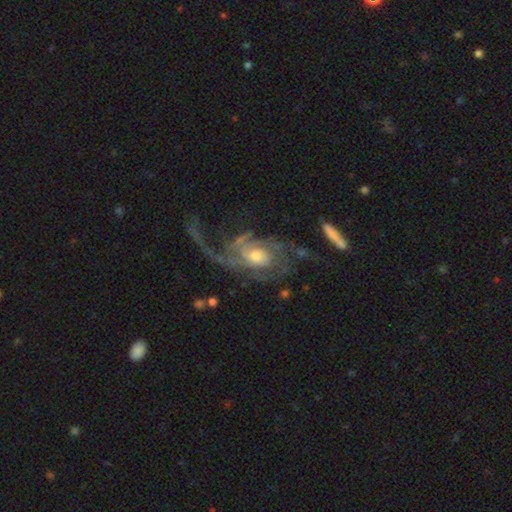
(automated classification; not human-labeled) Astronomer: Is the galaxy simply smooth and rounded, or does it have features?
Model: featured or disk — 86%.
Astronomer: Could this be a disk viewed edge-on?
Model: no — 96%.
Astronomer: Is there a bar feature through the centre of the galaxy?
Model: no — 71%.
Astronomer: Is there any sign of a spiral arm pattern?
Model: yes — 93%.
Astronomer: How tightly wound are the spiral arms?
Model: loose — 39% (runner-up: medium, 38%).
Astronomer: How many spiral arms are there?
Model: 2 — 33% (runner-up: can't tell, 21%).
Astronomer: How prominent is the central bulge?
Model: moderate — 61%.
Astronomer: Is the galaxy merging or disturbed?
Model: major disturbance — 43% (runner-up: none, 38%).